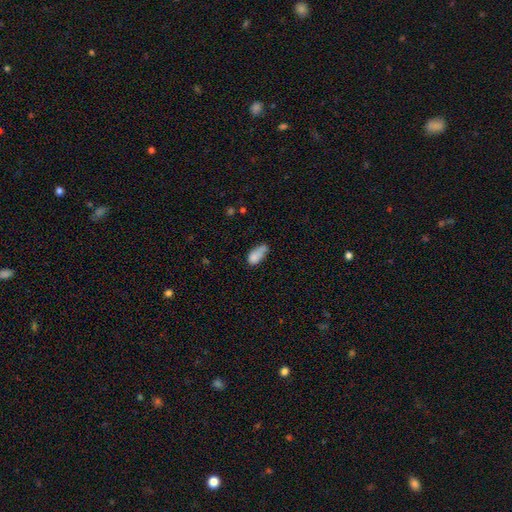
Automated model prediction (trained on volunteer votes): Smooth or featured? Predicted: smooth (p=0.78). How rounded? Predicted: in between (p=0.87). Merging? Predicted: none (p=0.35).